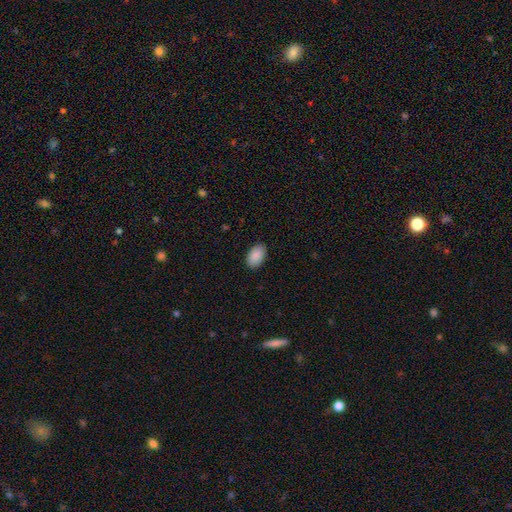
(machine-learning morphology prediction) Overall: smooth (90%). How rounded: in between (93%). Merging: none (89%).